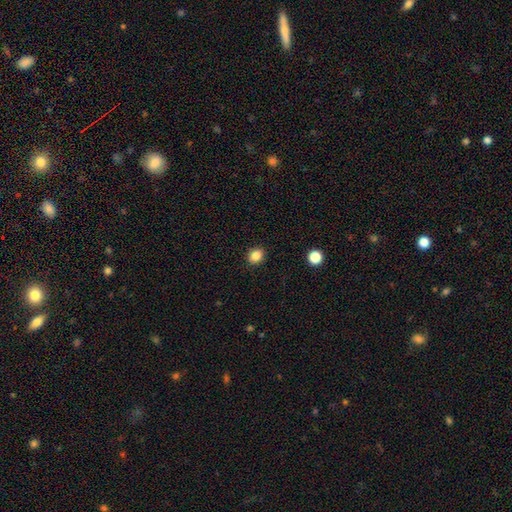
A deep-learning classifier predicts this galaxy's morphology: type=smooth (86%); roundness=round (68%); merging=none (91%).